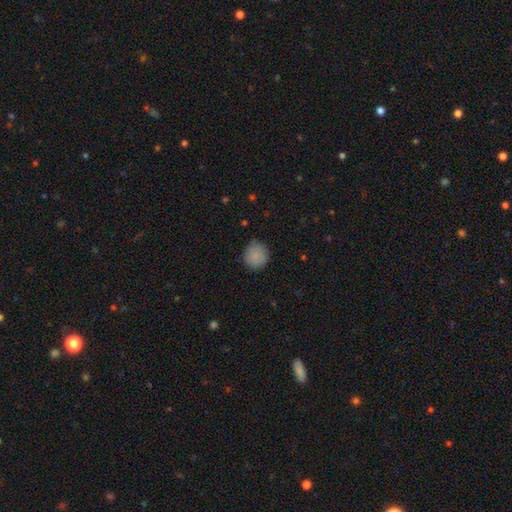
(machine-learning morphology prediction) Overall: smooth (87%). How rounded: round (90%). Merging: none (81%).